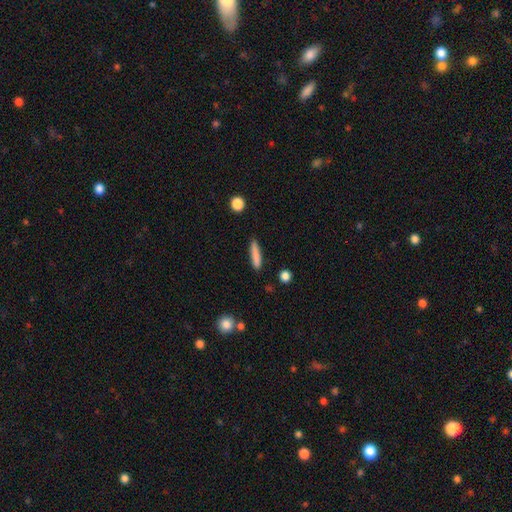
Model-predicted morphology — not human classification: Q: Smooth or featured?
A: smooth (84%); runner-up: featured or disk (10%)
Q: How rounded?
A: cigar-shaped (86%); runner-up: in between (12%)
Q: Merging?
A: none (86%); runner-up: minor disturbance (9%)